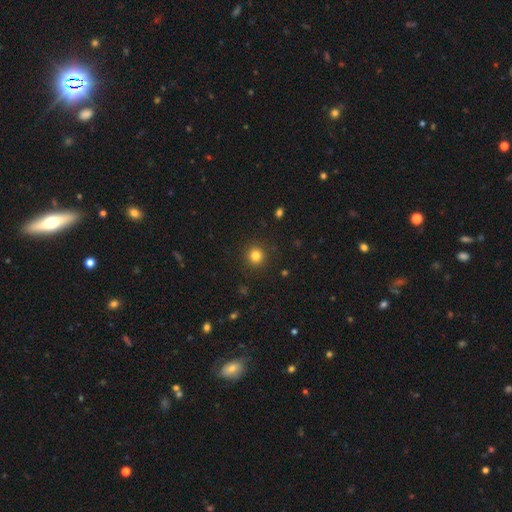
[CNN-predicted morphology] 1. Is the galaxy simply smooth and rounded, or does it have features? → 82% smooth, 13% star or artifact, 5% featured or disk.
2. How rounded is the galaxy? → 93% round, 6% in between, 1% cigar-shaped.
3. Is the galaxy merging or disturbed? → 91% none, 6% minor disturbance, 2% major disturbance, 1% merger.